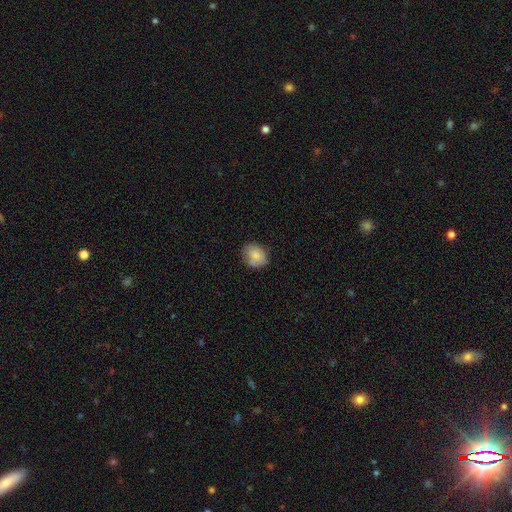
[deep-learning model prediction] A smooth galaxy with no disk features (81%) that is in between round and cigar-shaped (52%). Merging: none (70%).